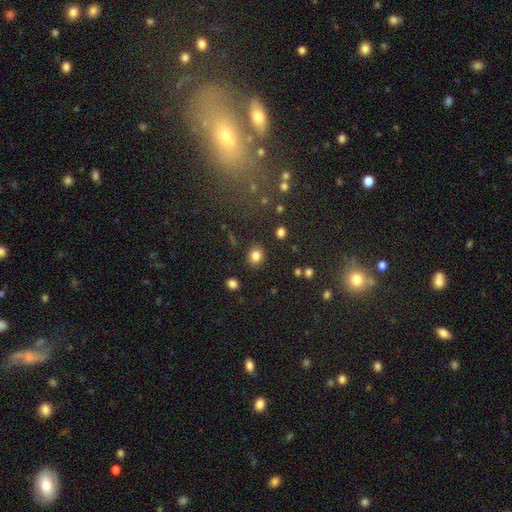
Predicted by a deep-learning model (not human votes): Smooth or featured? Predicted: smooth (p=0.83). How rounded? Predicted: round (p=0.73). Merging? Predicted: none (p=0.87).